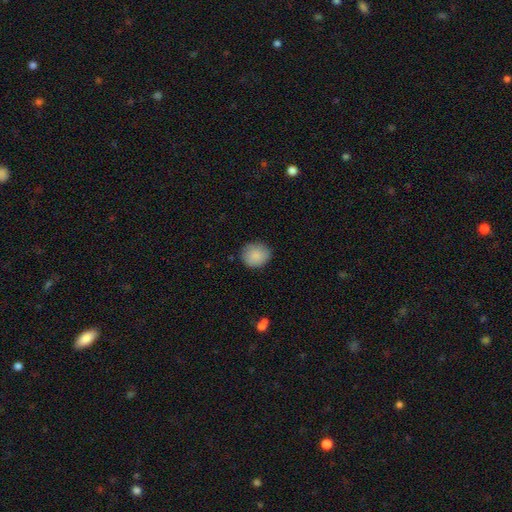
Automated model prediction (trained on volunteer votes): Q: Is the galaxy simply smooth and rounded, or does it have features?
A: smooth — 87%.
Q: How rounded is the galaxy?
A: round — 80%.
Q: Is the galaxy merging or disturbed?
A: none — 84%.